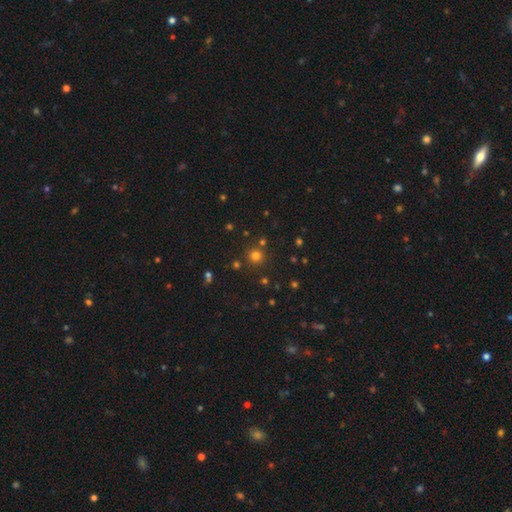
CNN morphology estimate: Smooth or featured? Predicted: smooth (p=0.72). How rounded? Predicted: round (p=0.94). Merging? Predicted: none (p=0.85).